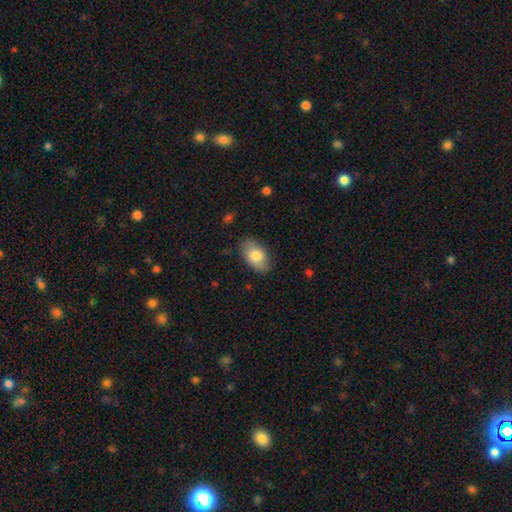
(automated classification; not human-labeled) Smooth or featured: smooth — 79% (featured or disk — 15%)
How rounded: in between — 92% (round — 6%)
Merging: none — 80% (minor disturbance — 16%)